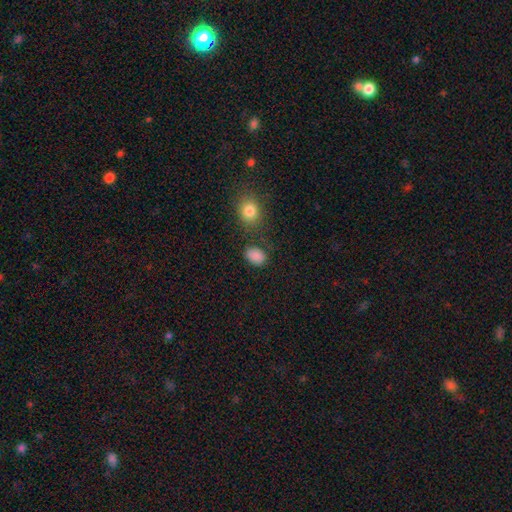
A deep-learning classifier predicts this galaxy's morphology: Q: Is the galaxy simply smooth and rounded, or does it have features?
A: smooth — 86%.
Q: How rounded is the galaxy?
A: in between — 78%.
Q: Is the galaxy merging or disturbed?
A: none — 76%.